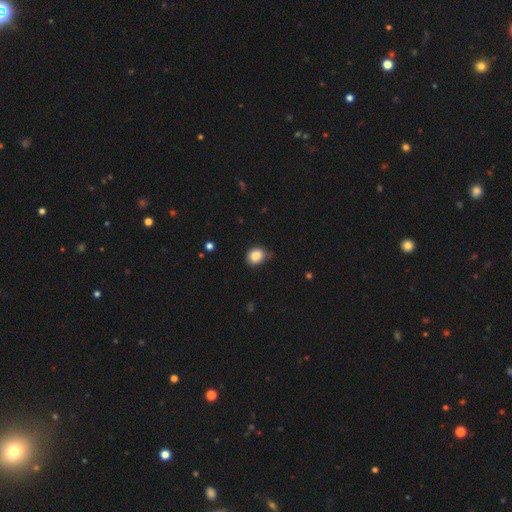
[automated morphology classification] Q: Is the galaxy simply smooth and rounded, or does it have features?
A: smooth — 86%.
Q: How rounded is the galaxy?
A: round — 56%.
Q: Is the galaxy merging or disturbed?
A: none — 62%.